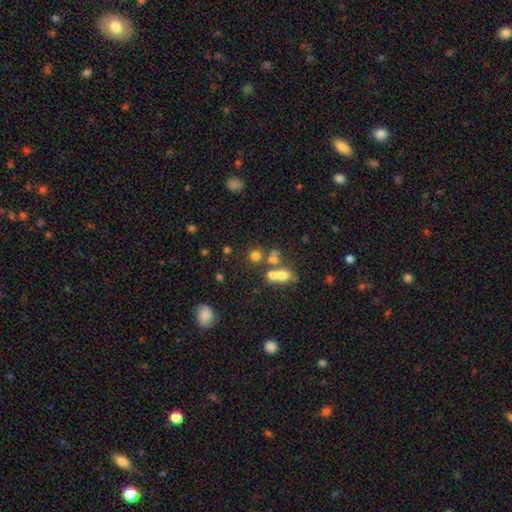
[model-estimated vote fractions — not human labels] Overall: smooth (68%). How rounded: round (84%). Merging: none (56%; merger 30%).